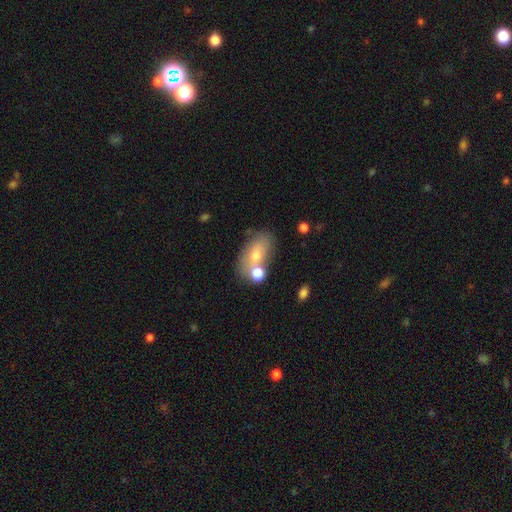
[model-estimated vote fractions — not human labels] smooth_or_featured: smooth (p=0.65) [alt: featured or disk p=0.25]
how_rounded: in between (p=0.84) [alt: round p=0.13]
merging: none (p=0.51) [alt: merger p=0.29]